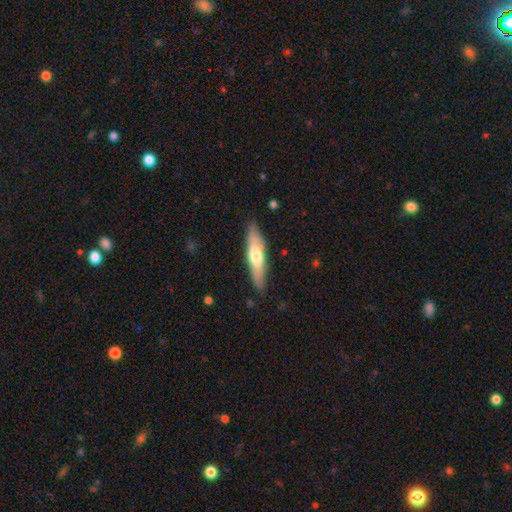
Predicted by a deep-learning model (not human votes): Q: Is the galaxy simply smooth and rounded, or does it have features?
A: smooth — 55%.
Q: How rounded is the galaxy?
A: cigar-shaped — 74%.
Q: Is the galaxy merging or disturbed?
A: none — 83%.